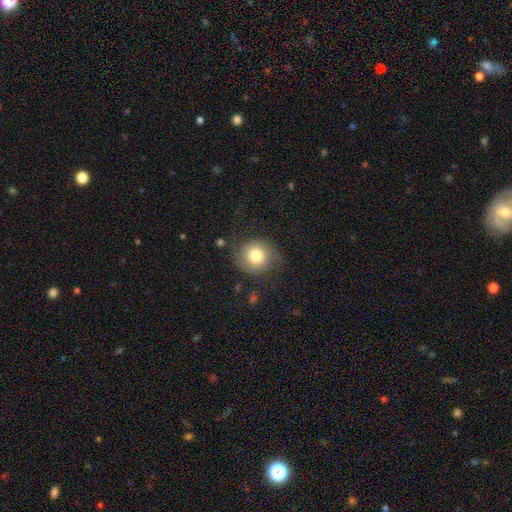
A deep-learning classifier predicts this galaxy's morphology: smooth_or_featured: smooth (p=0.70) [alt: featured or disk p=0.22]
how_rounded: round (p=0.87) [alt: in between p=0.12]
merging: none (p=0.72) [alt: minor disturbance p=0.17]